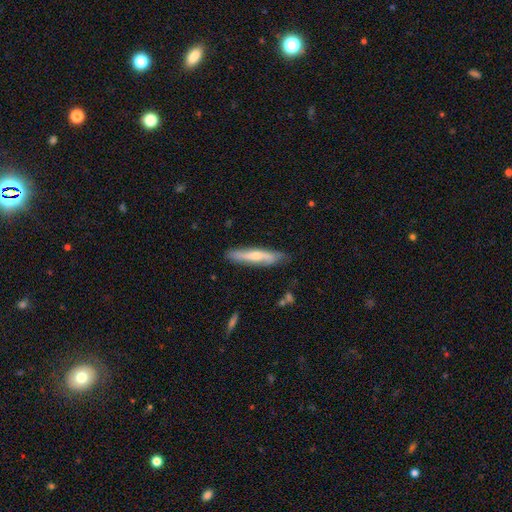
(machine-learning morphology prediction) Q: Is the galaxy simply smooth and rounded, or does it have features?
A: featured or disk — 49%.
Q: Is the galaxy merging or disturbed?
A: none — 81%.